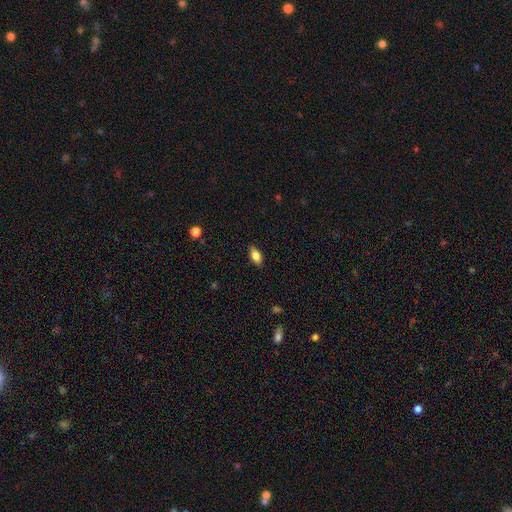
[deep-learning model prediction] Smooth or featured? Predicted: smooth (p=0.78). How rounded? Predicted: in between (p=0.86). Merging? Predicted: none (p=0.86).